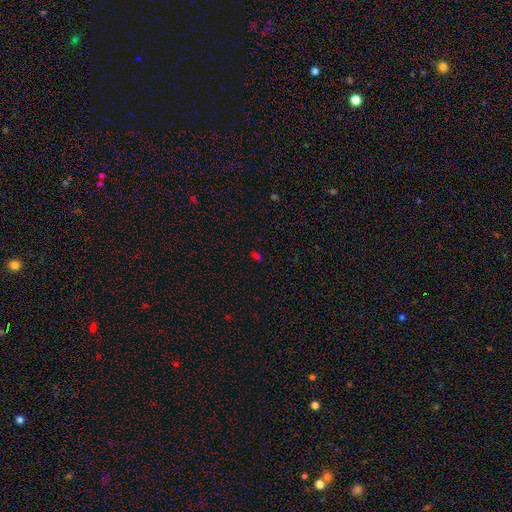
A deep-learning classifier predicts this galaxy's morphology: A star or artifact, not a galaxy (48%).

Vote fractions:
- Smooth or featured? star or artifact: 48% / smooth: 43% / featured or disk: 9%